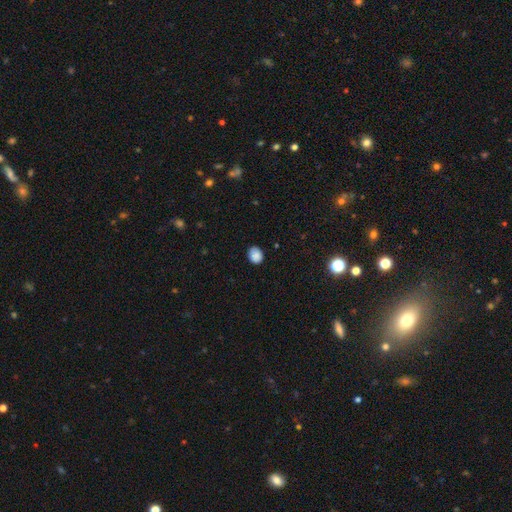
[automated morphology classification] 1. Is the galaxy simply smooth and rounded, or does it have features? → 87% smooth, 9% star or artifact, 4% featured or disk.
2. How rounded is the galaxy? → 56% round, 43% in between, 1% cigar-shaped.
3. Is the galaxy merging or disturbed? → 83% none, 14% minor disturbance, 2% major disturbance, 1% merger.